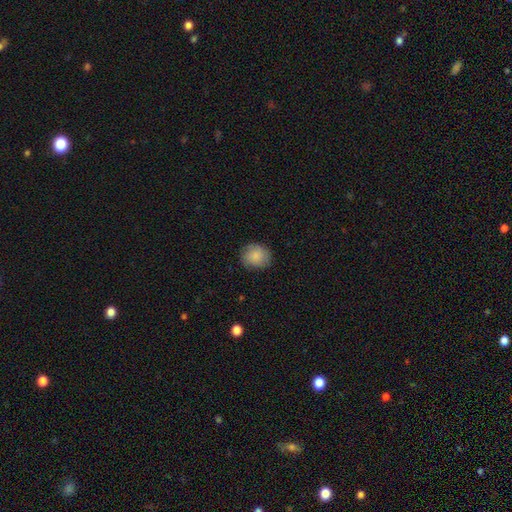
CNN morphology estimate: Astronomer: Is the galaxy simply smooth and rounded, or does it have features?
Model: smooth — 83%.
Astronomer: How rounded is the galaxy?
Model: round — 77%.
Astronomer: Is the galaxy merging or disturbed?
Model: none — 81%.